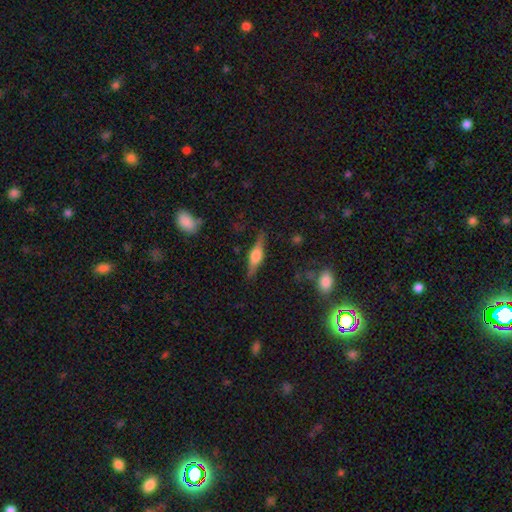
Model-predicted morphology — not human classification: Smooth or featured? Predicted: featured or disk (p=0.64). Edge-on disk? Predicted: yes (p=0.96). Edge-on bulge? Predicted: rounded (p=0.82). Merging? Predicted: none (p=0.84).